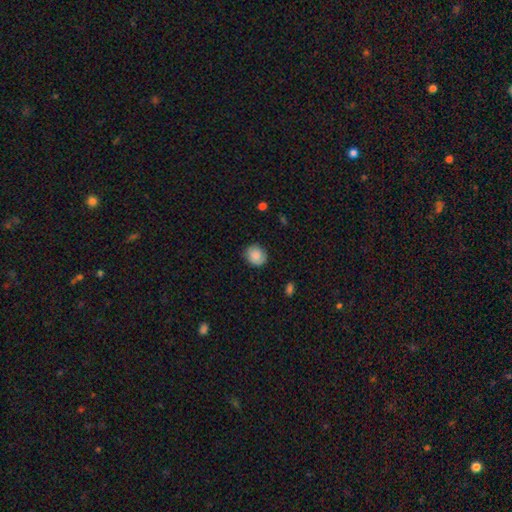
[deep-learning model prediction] Smooth or featured: smooth — 85% (featured or disk — 8%)
How rounded: round — 76% (in between — 23%)
Merging: none — 83% (minor disturbance — 13%)